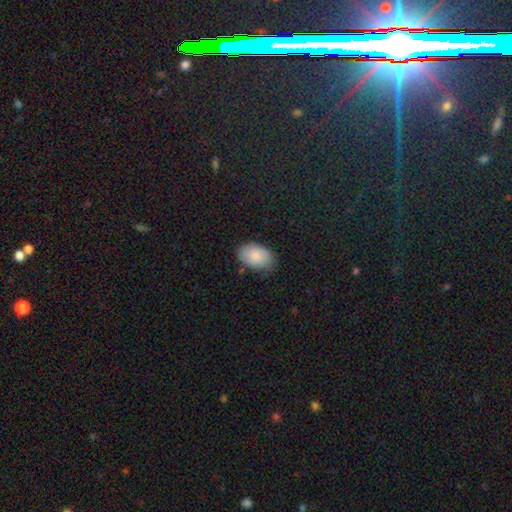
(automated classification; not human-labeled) Smooth or featured?
  - smooth: 87% *
  - featured or disk: 7%
  - star or artifact: 6%
How rounded?
  - in between: 90% *
  - round: 9%
  - cigar-shaped: 1%
Merging?
  - none: 75% *
  - minor disturbance: 19%
  - major disturbance: 4%
  - merger: 2%